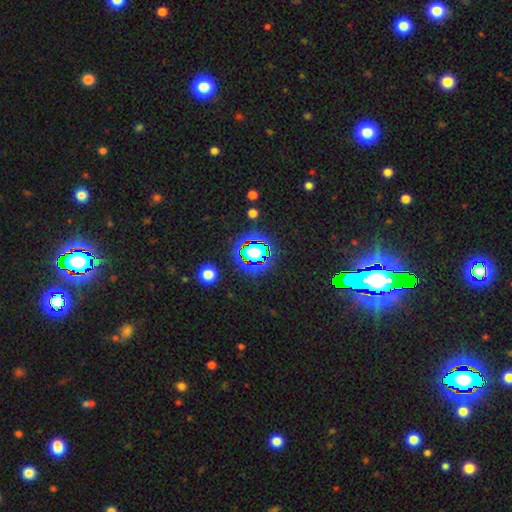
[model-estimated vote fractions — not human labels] Q: Smooth or featured?
A: star or artifact (63%); runner-up: smooth (26%)